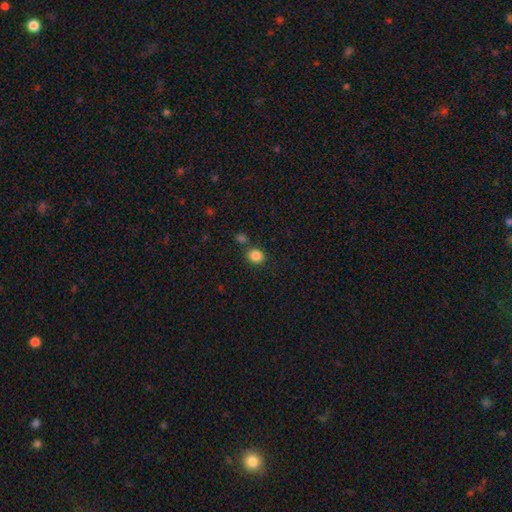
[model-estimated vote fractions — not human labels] This appears to be a smooth galaxy with no disk features (85%) that is round (63%). Merging: none (75%).